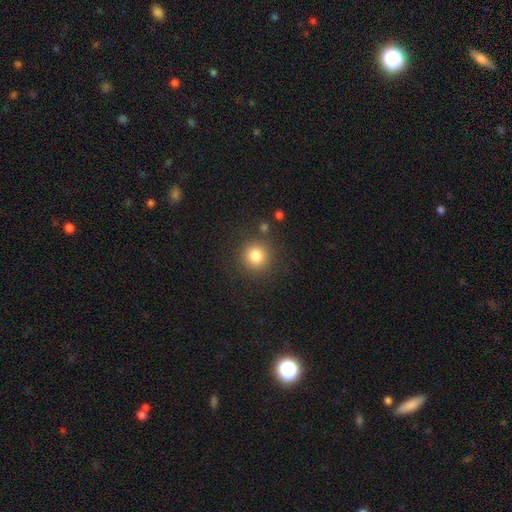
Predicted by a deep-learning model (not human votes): The model was most divided on "smooth or featured": smooth: 83%, star or artifact: 11%, featured or disk: 6%. More confident: how rounded — round (93%); merging — none (86%).